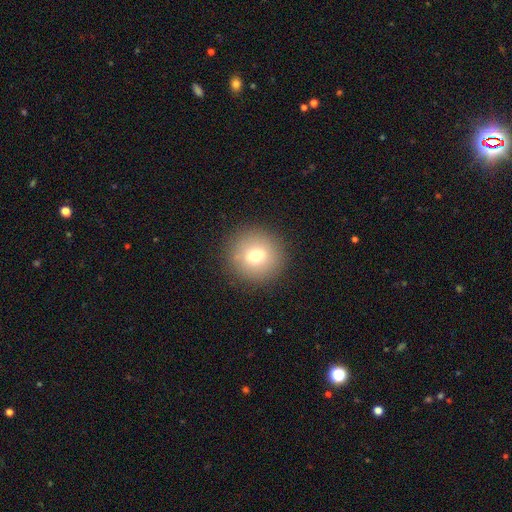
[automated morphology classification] smooth_or_featured: smooth (p=0.73) [alt: featured or disk p=0.15]
how_rounded: round (p=0.94) [alt: in between p=0.05]
merging: none (p=0.90) [alt: minor disturbance p=0.07]